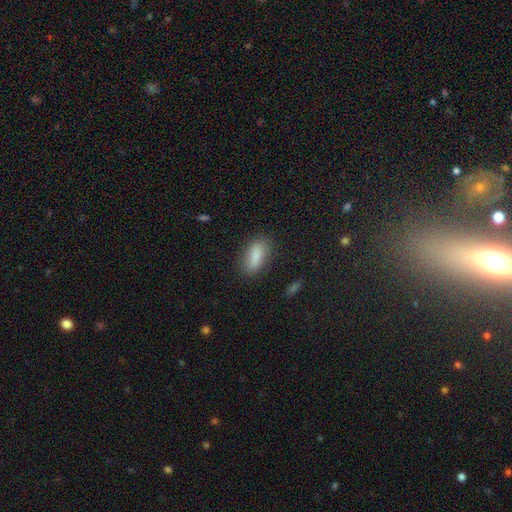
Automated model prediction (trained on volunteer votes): Smooth or featured?
  - smooth: 86% *
  - star or artifact: 7%
  - featured or disk: 7%
How rounded?
  - in between: 80% *
  - cigar-shaped: 17%
  - round: 3%
Merging?
  - none: 81% *
  - minor disturbance: 13%
  - major disturbance: 4%
  - merger: 2%